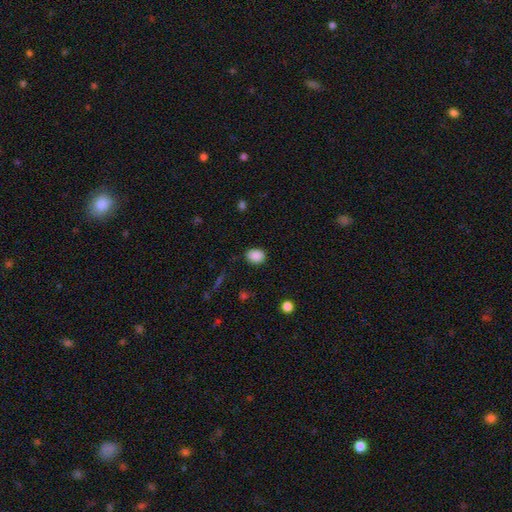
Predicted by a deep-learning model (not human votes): The model was most divided on "how rounded": round: 50%, in between: 49%, cigar-shaped: 1%. More confident: smooth or featured — smooth (88%); merging — none (85%).